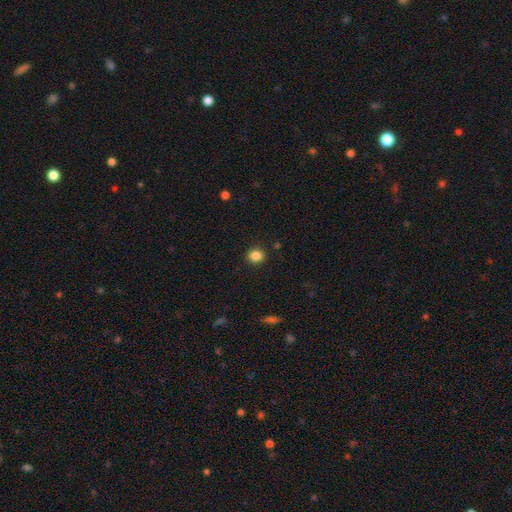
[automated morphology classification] This is clearly a smooth galaxy (86%). How rounded: likely round (78%). Merging: clearly none (90%).